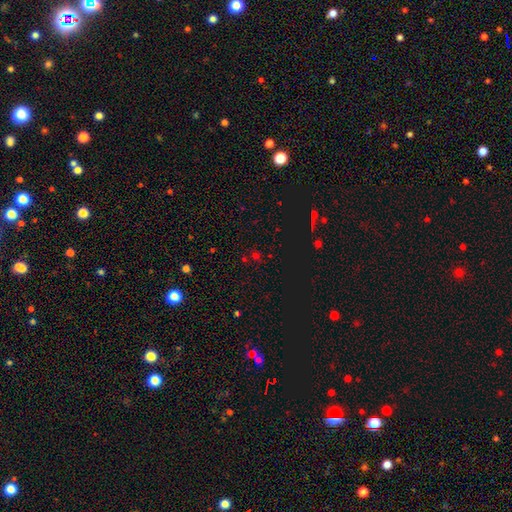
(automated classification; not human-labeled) smooth-or-featured: star or artifact: 57% | smooth: 35% | featured or disk: 8%